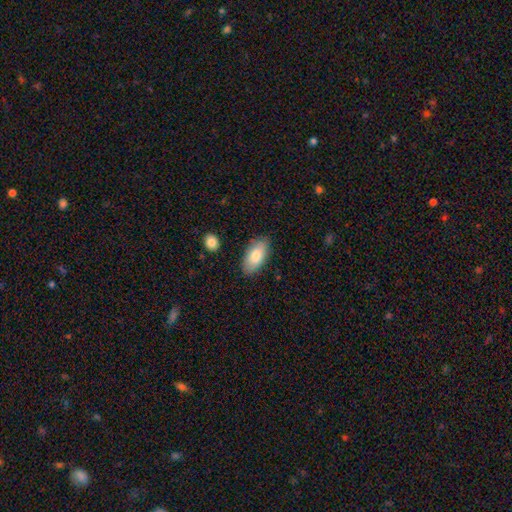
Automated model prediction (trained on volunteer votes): Smooth or featured? smooth (82%)
How rounded? in between (92%)
Merging? none (84%)